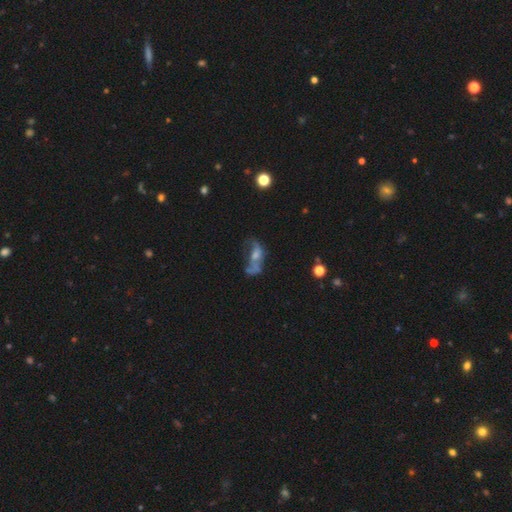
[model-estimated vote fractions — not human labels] The model was most divided on "bulge size" (2-way tie): moderate: 33%, small: 33%, none: 26%, large: 6%, dominant: 2%. Remaining: edge-on disk — no (91%); bar — no (73%); spiral arms — no (66%); smooth or featured — featured or disk (55%); merging — major disturbance (38%).